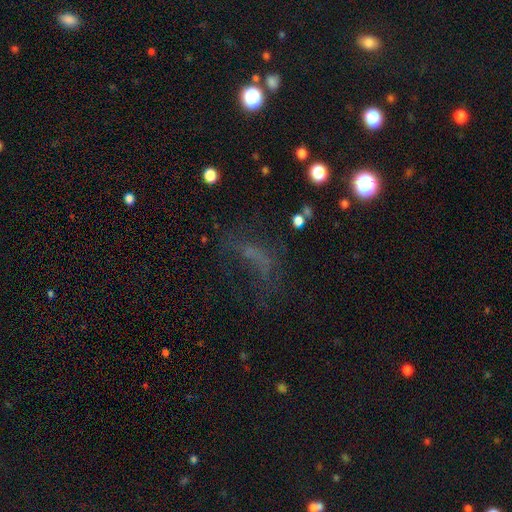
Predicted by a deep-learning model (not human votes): smooth 39%, star or artifact 32%, featured or disk 29%. Down the decision tree: merging — none (41%).